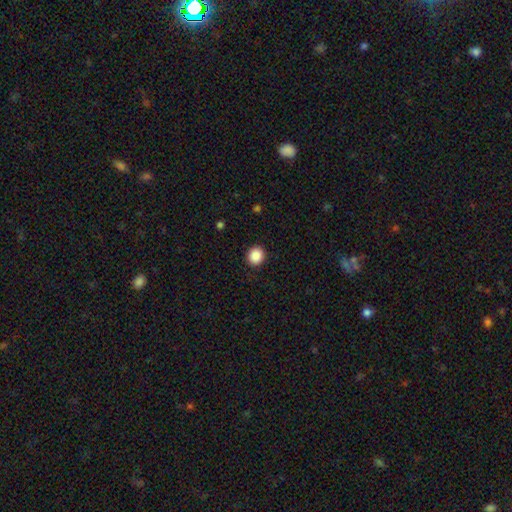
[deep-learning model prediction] The model was most divided on "how rounded": round: 83%, in between: 16%, cigar-shaped: 1%. More confident: merging — none (91%); smooth or featured — smooth (88%).